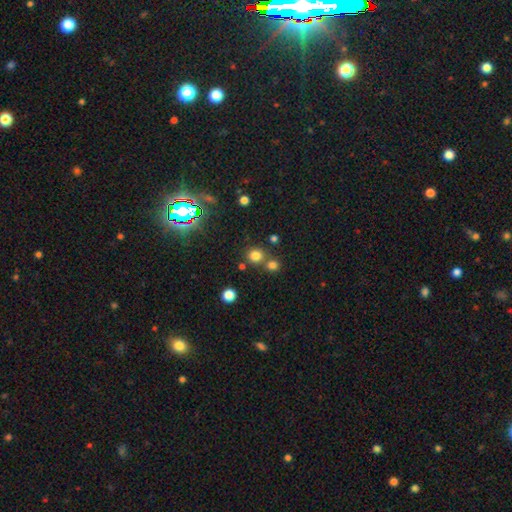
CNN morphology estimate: Q: Smooth or featured?
A: smooth (75%); runner-up: star or artifact (18%)
Q: How rounded?
A: round (87%); runner-up: in between (12%)
Q: Merging?
A: none (68%); runner-up: merger (23%)